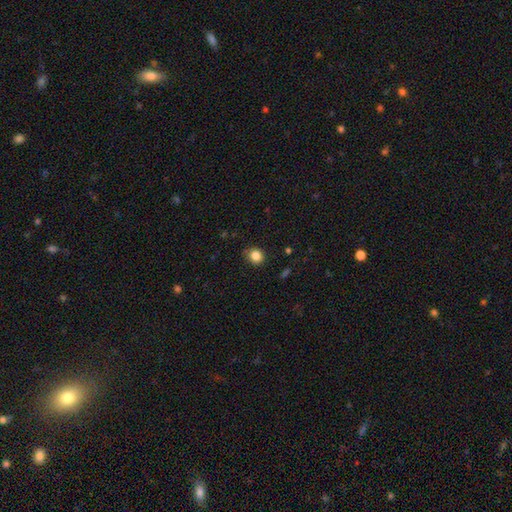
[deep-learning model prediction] Overall: smooth (85%). How rounded: round (75%). Merging: none (82%).